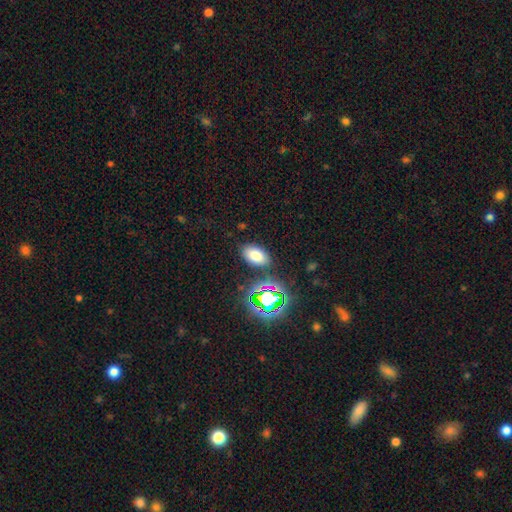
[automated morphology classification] Smooth or featured? Predicted: smooth (p=0.72). How rounded? Predicted: in between (p=0.91). Merging? Predicted: none (p=0.82).